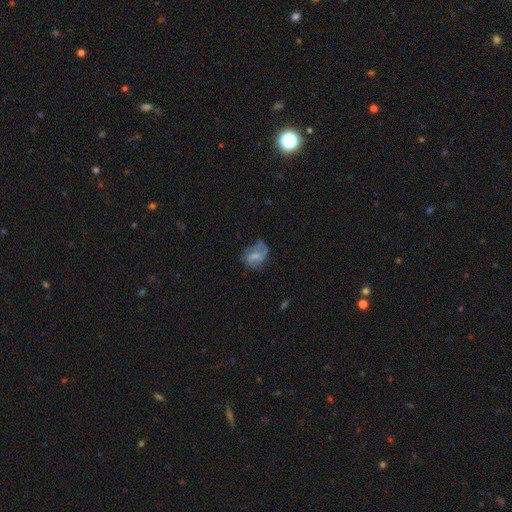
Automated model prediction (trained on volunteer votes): Smooth or featured?
  - featured or disk: 46% *
  - smooth: 44%
  - star or artifact: 10%
Merging?
  - none: 39% *
  - minor disturbance: 30%
  - major disturbance: 28%
  - merger: 4%